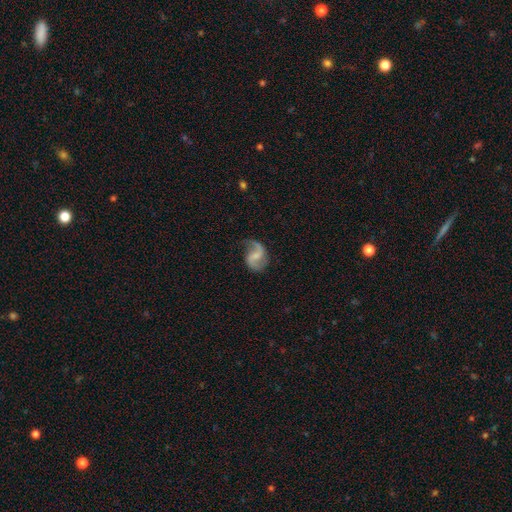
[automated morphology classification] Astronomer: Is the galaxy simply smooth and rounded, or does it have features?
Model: featured or disk — 83%.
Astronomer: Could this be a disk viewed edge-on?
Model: no — 98%.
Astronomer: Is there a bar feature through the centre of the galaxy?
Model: weak — 51% (runner-up: no, 33%).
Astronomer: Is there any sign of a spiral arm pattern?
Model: yes — 96%.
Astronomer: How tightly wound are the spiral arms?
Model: loose — 57% (runner-up: medium, 35%).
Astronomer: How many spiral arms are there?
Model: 2 — 89%.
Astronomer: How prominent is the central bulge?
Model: small — 39% (runner-up: none, 30%).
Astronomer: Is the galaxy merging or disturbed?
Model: none — 71%.